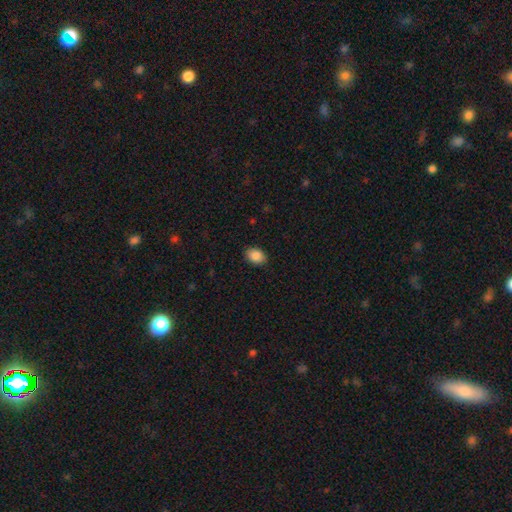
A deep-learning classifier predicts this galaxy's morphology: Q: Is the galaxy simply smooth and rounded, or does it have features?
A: smooth — 87%.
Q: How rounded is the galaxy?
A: in between — 78%.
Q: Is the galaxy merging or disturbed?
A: none — 88%.